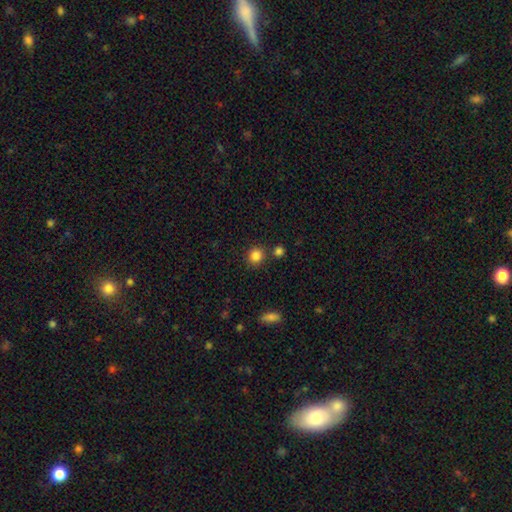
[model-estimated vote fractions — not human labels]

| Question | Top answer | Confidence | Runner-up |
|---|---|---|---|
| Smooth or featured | smooth | 85% | star or artifact (11%) |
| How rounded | round | 89% | in between (10%) |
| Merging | none | 83% | merger (7%) |